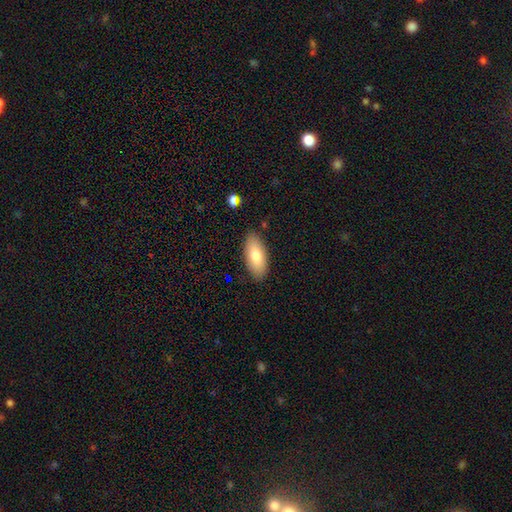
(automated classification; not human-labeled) This is likely a smooth galaxy (78%). How rounded: clearly in between (86%). Merging: clearly none (87%).